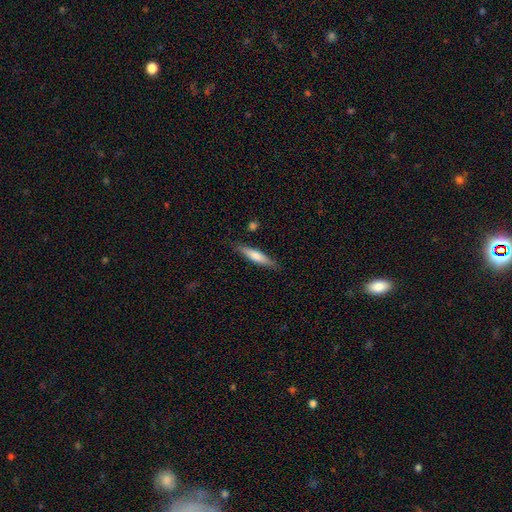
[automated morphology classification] This appears to be a smooth galaxy with no disk features (61%) that is cigar-shaped (84%). Merging: none (84%).